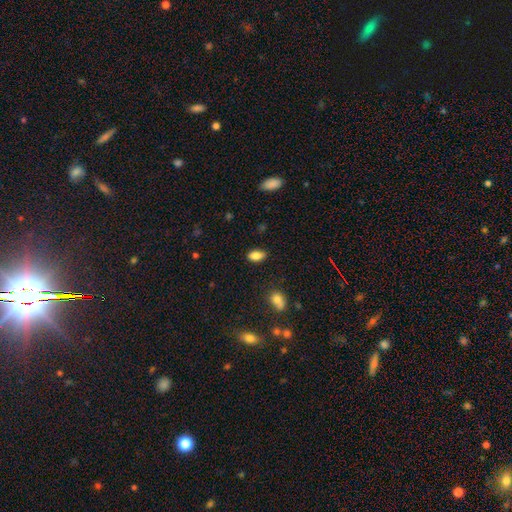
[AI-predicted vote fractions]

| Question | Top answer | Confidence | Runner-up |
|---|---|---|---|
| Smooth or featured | smooth | 83% | star or artifact (9%) |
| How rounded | in between | 89% | round (6%) |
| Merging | none | 83% | minor disturbance (12%) |